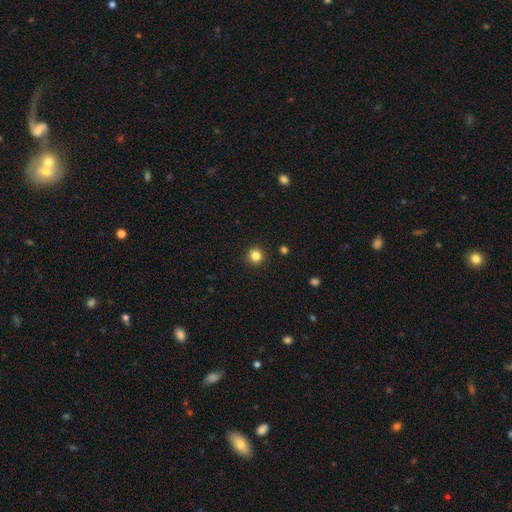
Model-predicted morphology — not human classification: This appears to be a smooth galaxy with no disk features (84%) that is round (95%). Merging: none (93%).